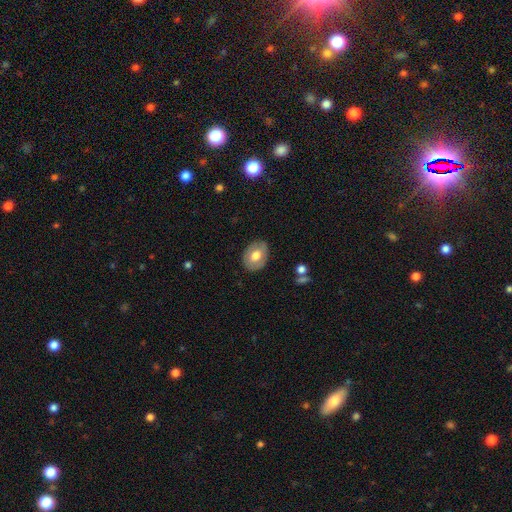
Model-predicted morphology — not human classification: Smooth or featured?
  - smooth: 65% *
  - featured or disk: 28%
  - star or artifact: 7%
How rounded?
  - in between: 66% *
  - round: 33%
  - cigar-shaped: 1%
Merging?
  - none: 84% *
  - minor disturbance: 12%
  - major disturbance: 3%
  - merger: 1%